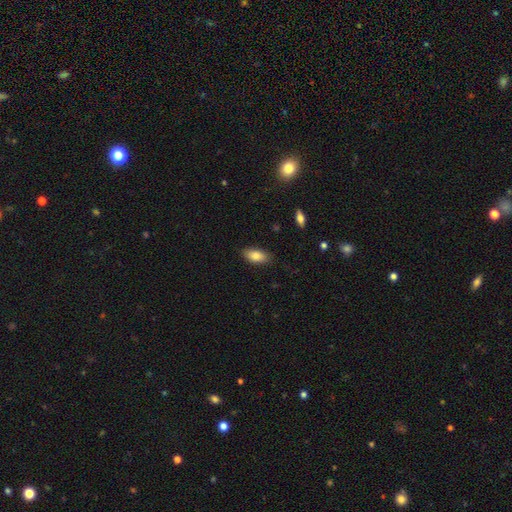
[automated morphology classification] This is clearly a smooth galaxy (83%). How rounded: clearly in between (90%). Merging: clearly none (84%).